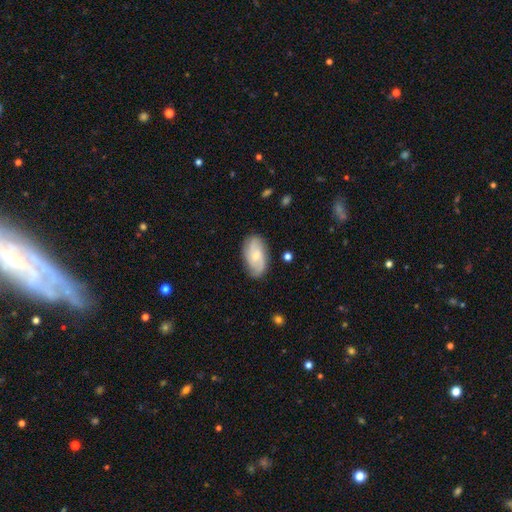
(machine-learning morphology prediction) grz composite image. It shows a featured or disk galaxy (54%) with no bar (64%), spiral arms (87%) and a small central bulge (60%). Merging: none (79%).